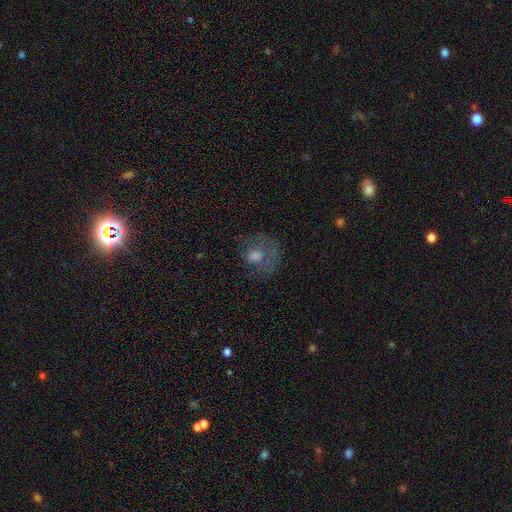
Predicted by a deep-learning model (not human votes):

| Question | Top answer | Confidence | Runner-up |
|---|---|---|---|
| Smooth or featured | smooth | 49% | featured or disk (35%) |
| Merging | none | 46% | major disturbance (30%) |